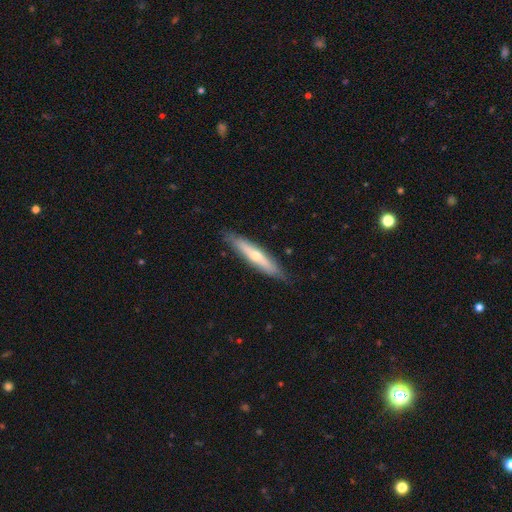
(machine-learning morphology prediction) A featured or disk galaxy (51%) viewed edge-on (84%). Merging: none (84%).